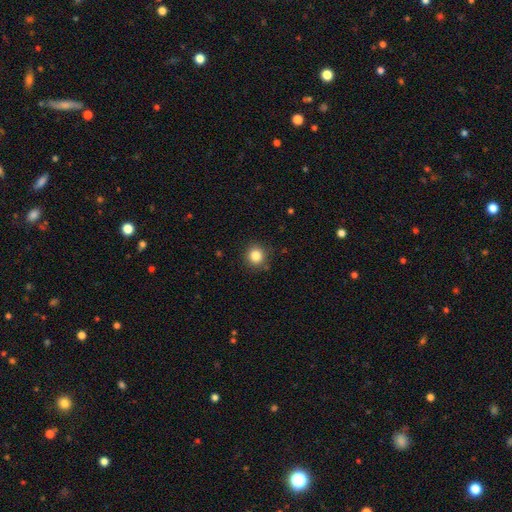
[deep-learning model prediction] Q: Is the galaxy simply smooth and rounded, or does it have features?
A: smooth — 84%.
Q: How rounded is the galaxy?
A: round — 91%.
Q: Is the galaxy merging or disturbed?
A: none — 88%.